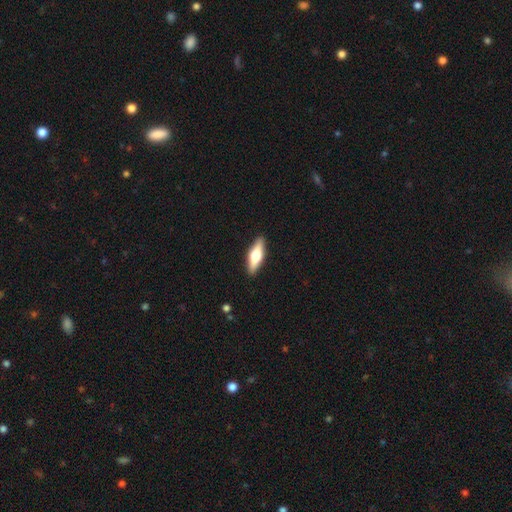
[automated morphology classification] The model was most divided on "how rounded": cigar-shaped: 52%, in between: 46%, round: 2%. More confident: merging — none (90%); smooth or featured — smooth (52%).